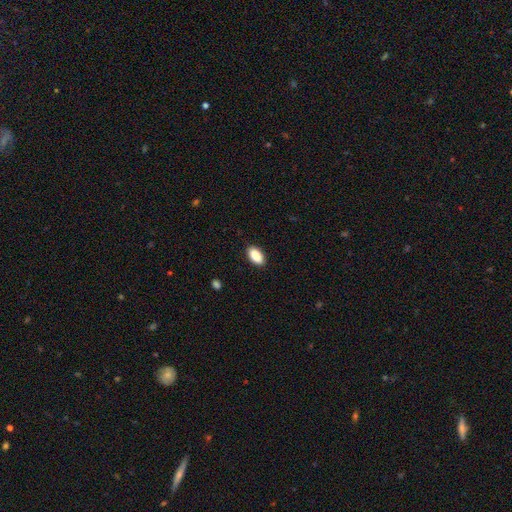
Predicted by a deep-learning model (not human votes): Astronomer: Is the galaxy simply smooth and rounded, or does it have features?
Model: smooth — 90%.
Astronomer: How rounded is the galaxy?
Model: in between — 94%.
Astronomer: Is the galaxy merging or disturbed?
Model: none — 89%.